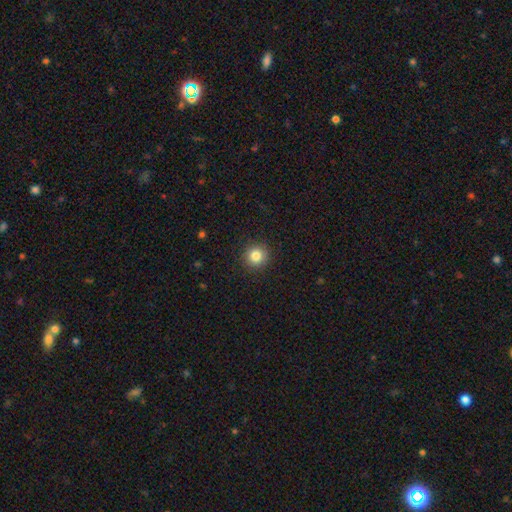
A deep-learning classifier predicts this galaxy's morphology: smooth 84%, star or artifact 11%, featured or disk 6%. Down the decision tree: how rounded — round (93%); merging — none (91%).